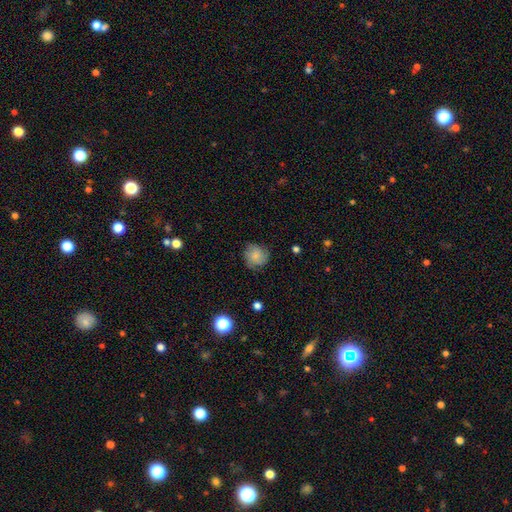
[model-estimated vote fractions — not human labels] smooth 71%, featured or disk 20%, star or artifact 9%. Down the decision tree: how rounded — round (86%); merging — none (73%).